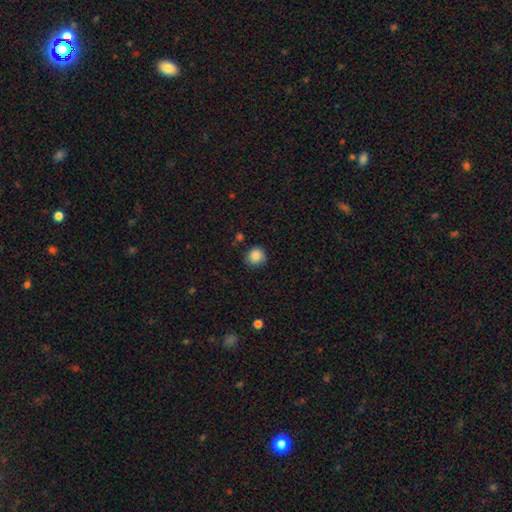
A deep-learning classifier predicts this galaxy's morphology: Smooth or featured: smooth — 87% (star or artifact — 9%)
How rounded: round — 89% (in between — 10%)
Merging: none — 81% (minor disturbance — 14%)